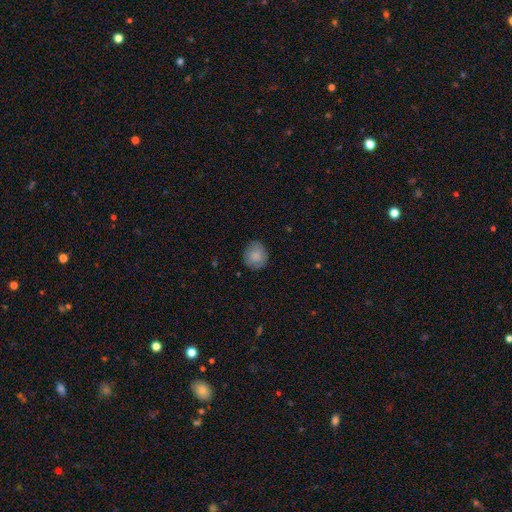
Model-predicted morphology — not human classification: A smooth galaxy with no disk features (85%) that is round (81%). Merging: none (83%).